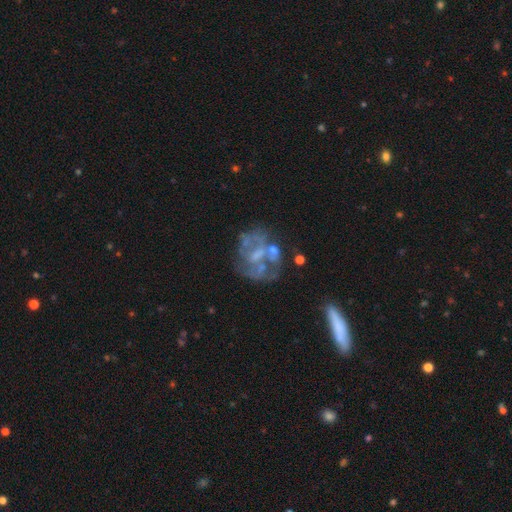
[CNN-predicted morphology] featured or disk 72%, smooth 17%, star or artifact 12%. Down the decision tree: edge-on disk — no (98%); bar — no (61%); spiral arms — no (66%); bulge size — none (41%); merging — none (46%).